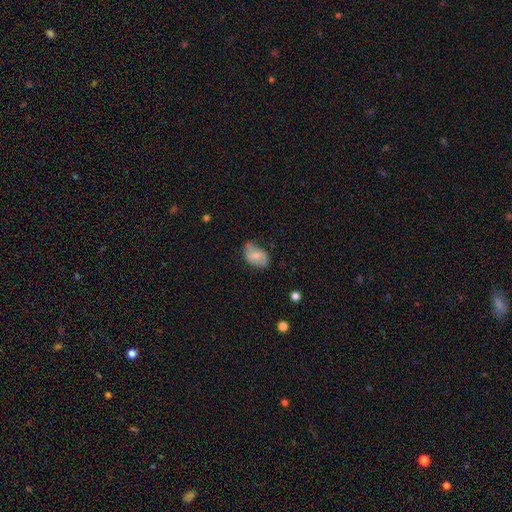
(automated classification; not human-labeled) This appears to be a smooth galaxy with no disk features (54%) that is in between round and cigar-shaped (86%). Merging: none (53%).